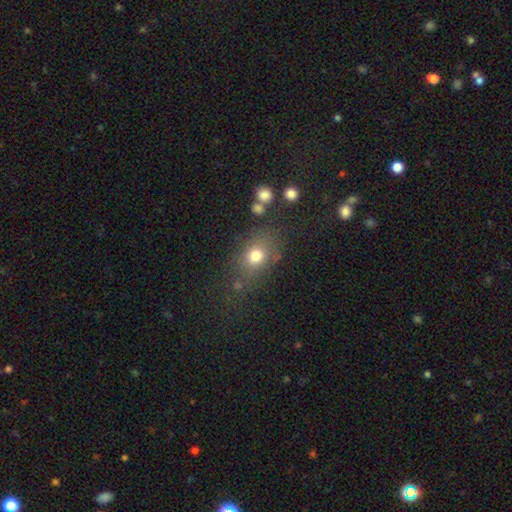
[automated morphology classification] smooth-or-featured: smooth: 73% | star or artifact: 15% | featured or disk: 12%
  how-rounded: in between: 54% | round: 44% | cigar-shaped: 2%
  merging: none: 69% | minor disturbance: 16% | major disturbance: 9% | merger: 6%